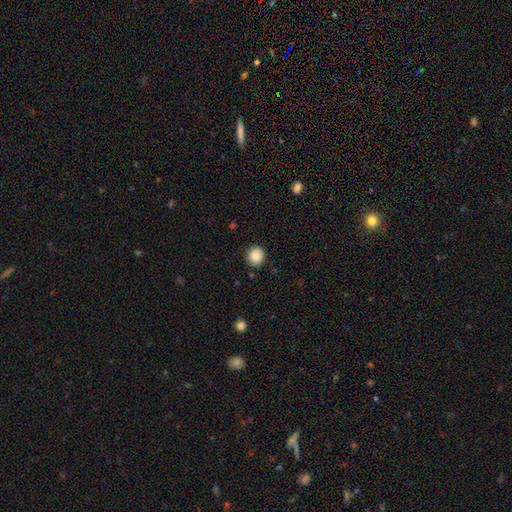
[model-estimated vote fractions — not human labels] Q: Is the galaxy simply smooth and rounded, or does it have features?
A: smooth — 88%.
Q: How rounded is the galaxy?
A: round — 88%.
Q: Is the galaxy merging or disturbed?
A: none — 90%.